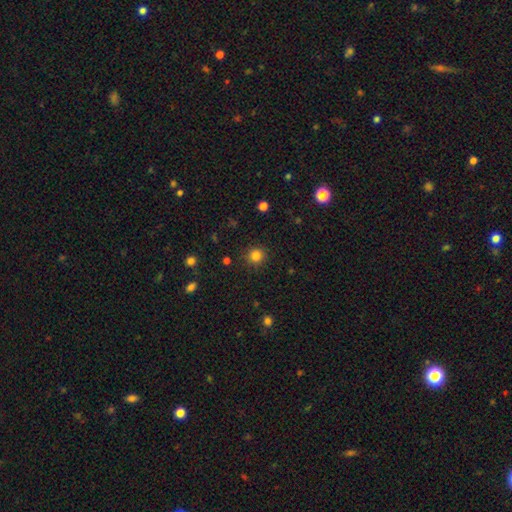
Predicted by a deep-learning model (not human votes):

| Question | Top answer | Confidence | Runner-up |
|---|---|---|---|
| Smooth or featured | smooth | 82% | star or artifact (13%) |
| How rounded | round | 92% | in between (7%) |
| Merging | none | 89% | minor disturbance (7%) |